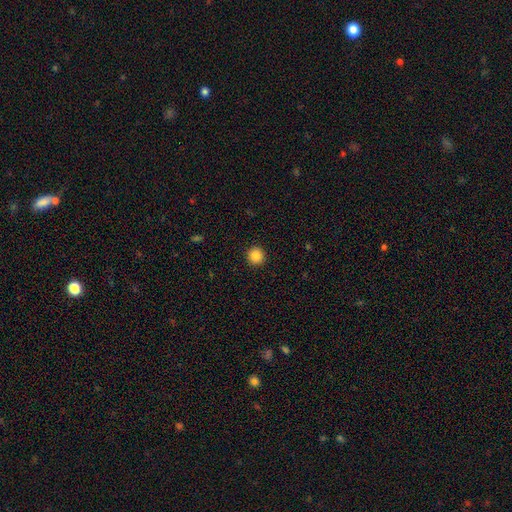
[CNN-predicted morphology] Smooth or featured? Predicted: smooth (p=0.87). How rounded? Predicted: round (p=0.95). Merging? Predicted: none (p=0.93).